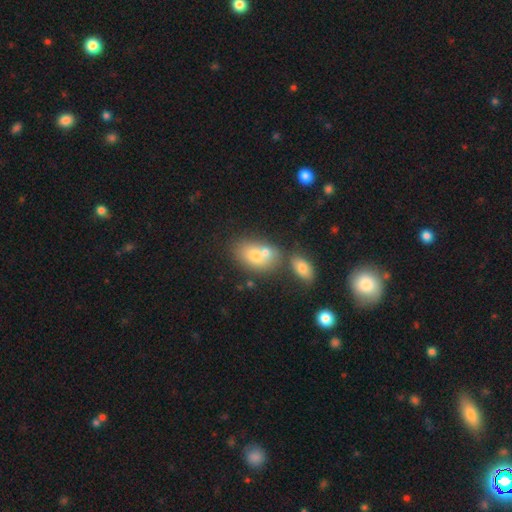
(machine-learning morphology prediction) Q: Smooth or featured?
A: smooth (71%); runner-up: featured or disk (20%)
Q: How rounded?
A: in between (80%); runner-up: round (18%)
Q: Merging?
A: merger (49%); runner-up: none (36%)